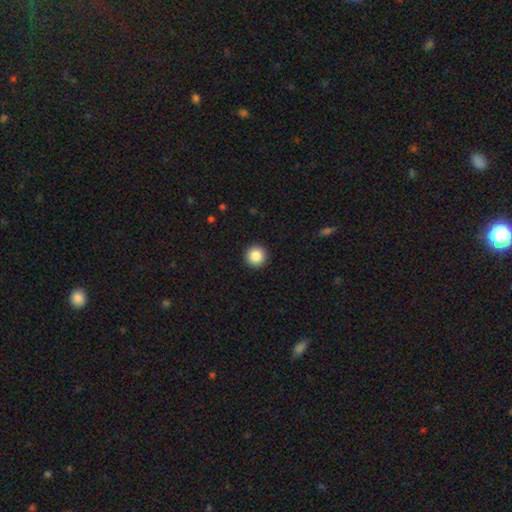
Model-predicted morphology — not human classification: smooth_or_featured: smooth (p=0.87) [alt: star or artifact p=0.09]
how_rounded: round (p=0.96) [alt: in between p=0.03]
merging: none (p=0.93) [alt: minor disturbance p=0.04]